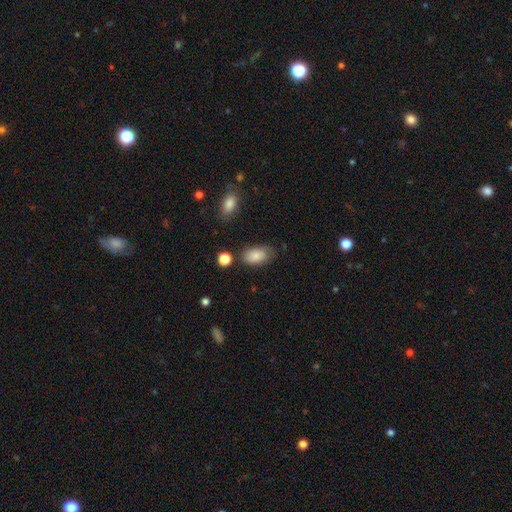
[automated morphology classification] A smooth galaxy with no disk features (83%) that is in between round and cigar-shaped (92%). Merging: none (67%).